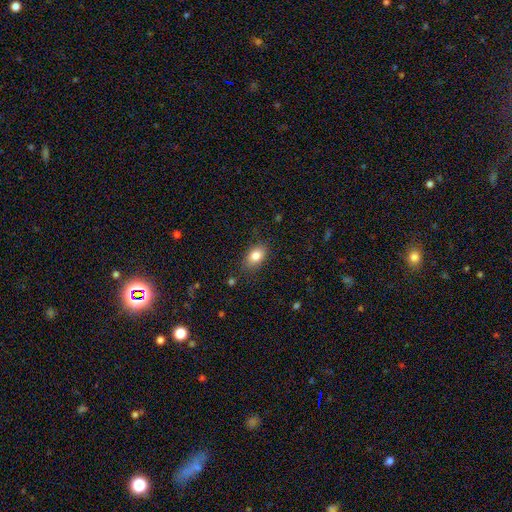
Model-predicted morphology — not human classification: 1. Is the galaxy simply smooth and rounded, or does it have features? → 84% smooth, 9% star or artifact, 8% featured or disk.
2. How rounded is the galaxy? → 84% in between, 15% round, 2% cigar-shaped.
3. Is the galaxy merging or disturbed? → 82% none, 13% minor disturbance, 3% major disturbance, 1% merger.